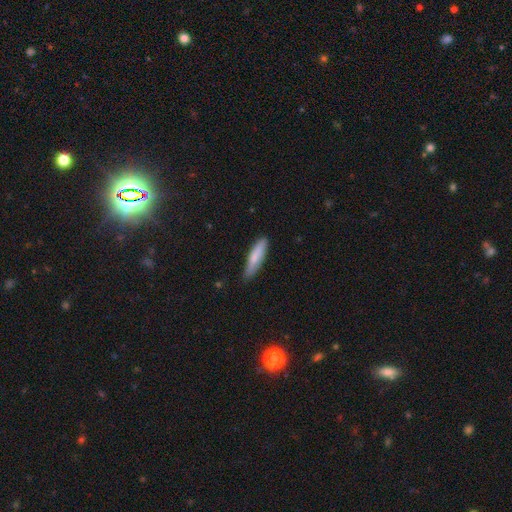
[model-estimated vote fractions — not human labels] Smooth or featured? Predicted: smooth (p=0.79). How rounded? Predicted: cigar-shaped (p=0.75). Merging? Predicted: none (p=0.80).